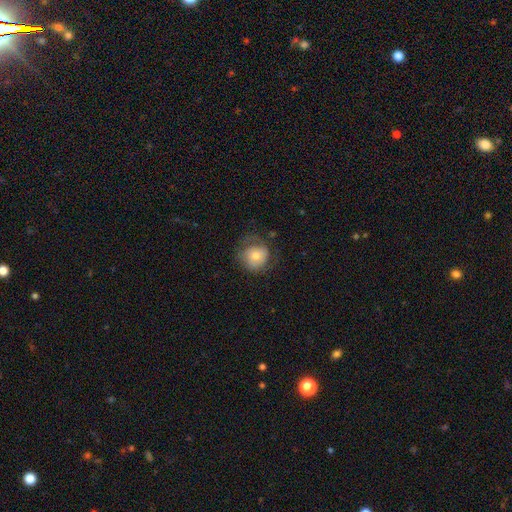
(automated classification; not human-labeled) smooth 63%, featured or disk 28%, star or artifact 8%. Down the decision tree: how rounded — round (82%); merging — none (56%).